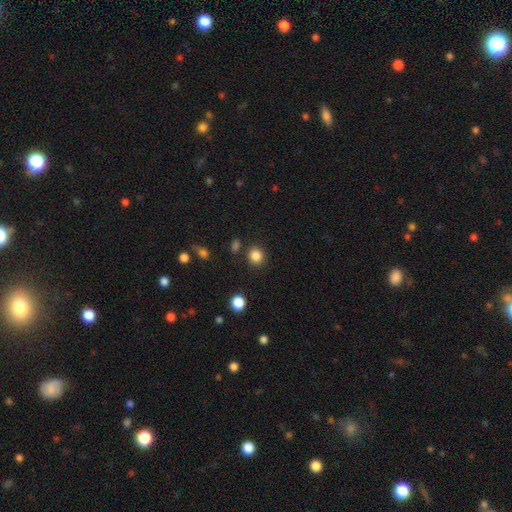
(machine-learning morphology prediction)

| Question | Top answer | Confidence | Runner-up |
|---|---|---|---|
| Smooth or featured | smooth | 85% | star or artifact (11%) |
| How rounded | round | 81% | in between (18%) |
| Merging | none | 84% | minor disturbance (8%) |